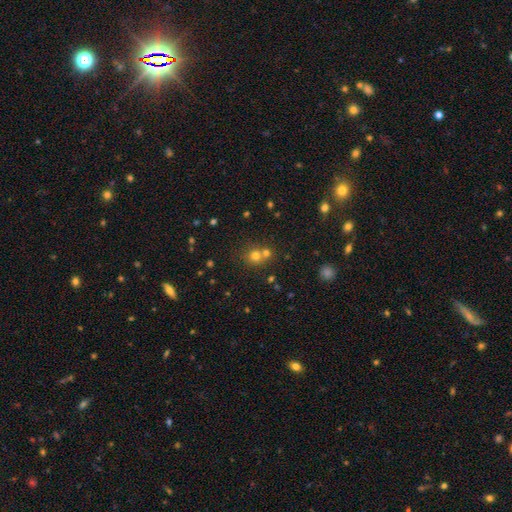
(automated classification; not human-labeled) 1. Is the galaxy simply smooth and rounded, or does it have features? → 69% smooth, 21% star or artifact, 10% featured or disk.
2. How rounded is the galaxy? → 85% round, 14% in between, 1% cigar-shaped.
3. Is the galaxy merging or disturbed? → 52% none, 39% merger, 7% minor disturbance, 3% major disturbance.